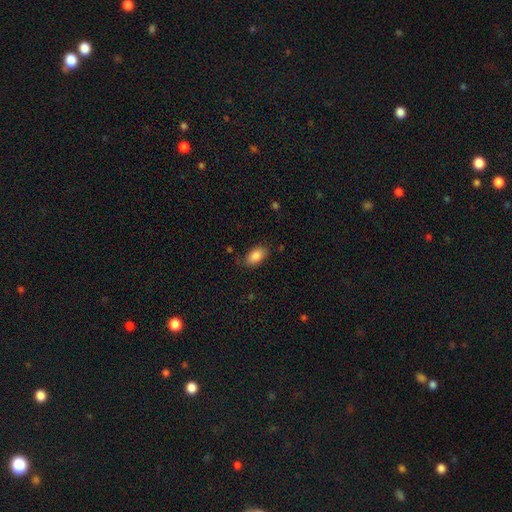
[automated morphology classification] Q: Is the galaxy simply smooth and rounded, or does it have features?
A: smooth — 87%.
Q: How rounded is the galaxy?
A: in between — 93%.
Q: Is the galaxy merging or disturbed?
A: none — 79%.